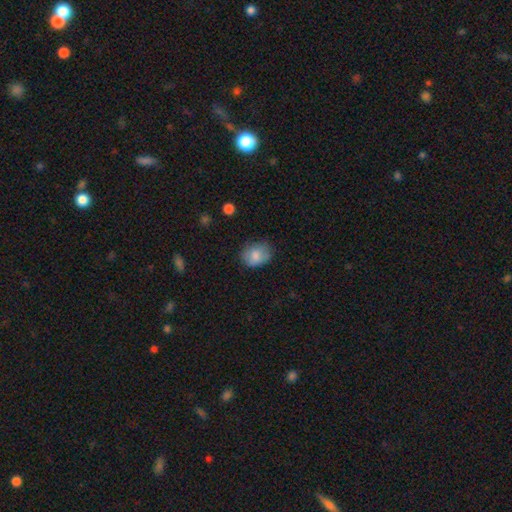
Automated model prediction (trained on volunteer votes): The model was most divided on "how rounded": in between: 53%, round: 46%, cigar-shaped: 1%. More confident: smooth or featured — smooth (81%); merging — none (70%).